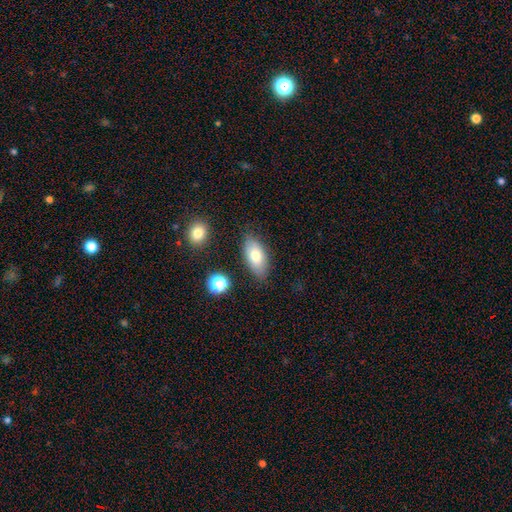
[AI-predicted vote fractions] Q: Smooth or featured?
A: smooth (74%); runner-up: featured or disk (18%)
Q: How rounded?
A: in between (89%); runner-up: cigar-shaped (7%)
Q: Merging?
A: none (81%); runner-up: minor disturbance (13%)